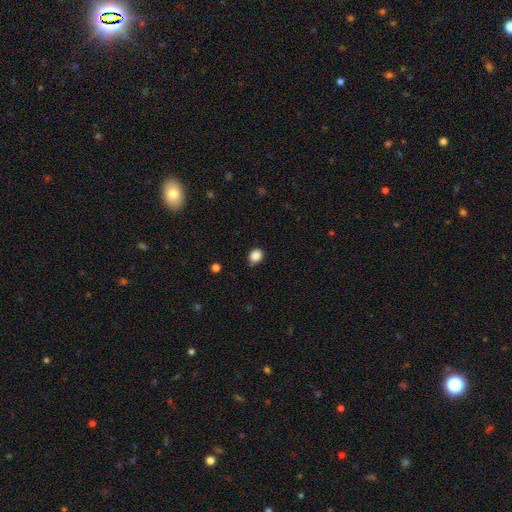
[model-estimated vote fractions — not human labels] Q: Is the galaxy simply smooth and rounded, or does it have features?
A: smooth — 87%.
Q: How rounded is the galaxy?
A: round — 69%.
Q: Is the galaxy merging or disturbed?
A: none — 79%.